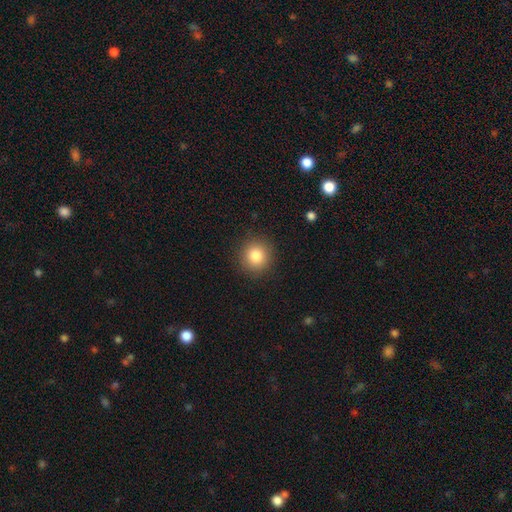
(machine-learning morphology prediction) smooth-or-featured: smooth: 84% | star or artifact: 10% | featured or disk: 6%
  how-rounded: round: 92% | in between: 7% | cigar-shaped: 1%
  merging: none: 91% | minor disturbance: 6% | major disturbance: 2% | merger: 1%